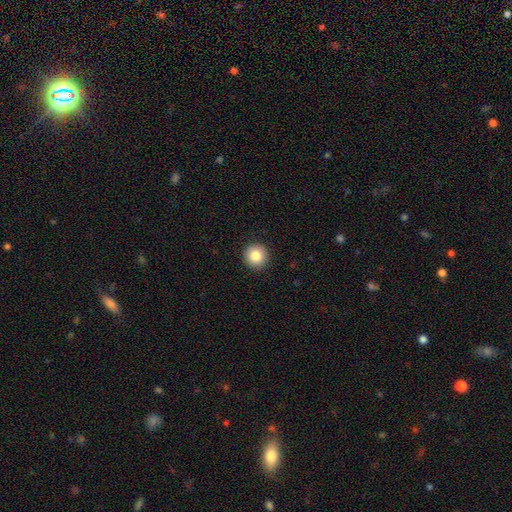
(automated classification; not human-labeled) Morphology: type=smooth (84%); roundness=round (94%); merging=none (93%).